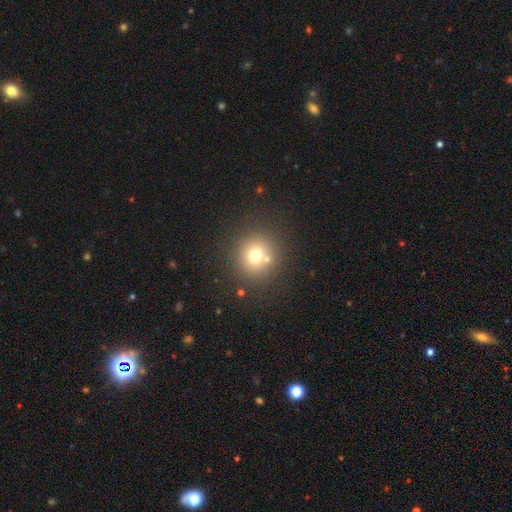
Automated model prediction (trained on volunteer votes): A smooth galaxy with no disk features (70%) that is round (92%).

Vote fractions:
- Smooth or featured? smooth: 70% / star or artifact: 17% / featured or disk: 13%
- How rounded? round: 92% / in between: 7% / cigar-shaped: 1%
- Merging? none: 76% / merger: 12% / minor disturbance: 8% / major disturbance: 4%